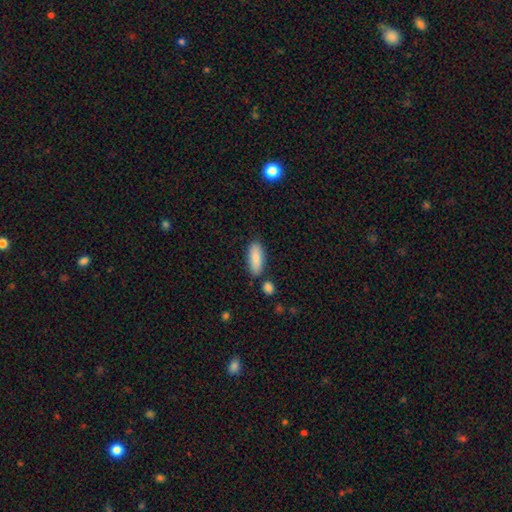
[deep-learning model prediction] This appears to be a smooth galaxy with no disk features (85%) that is in between round and cigar-shaped (74%). Merging: none (80%).